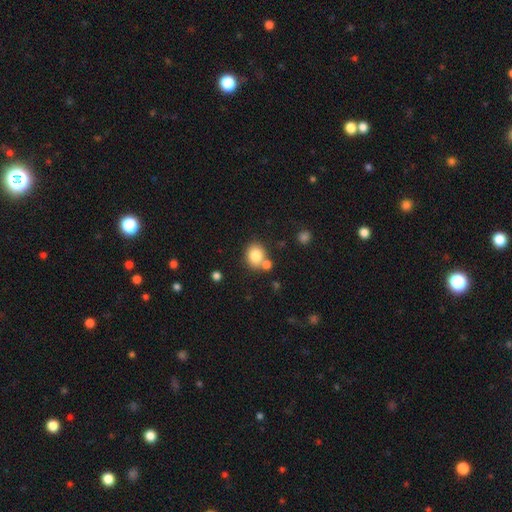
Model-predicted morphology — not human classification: This is clearly a smooth galaxy (81%). How rounded: likely round (72%). Merging: likely none (65%).